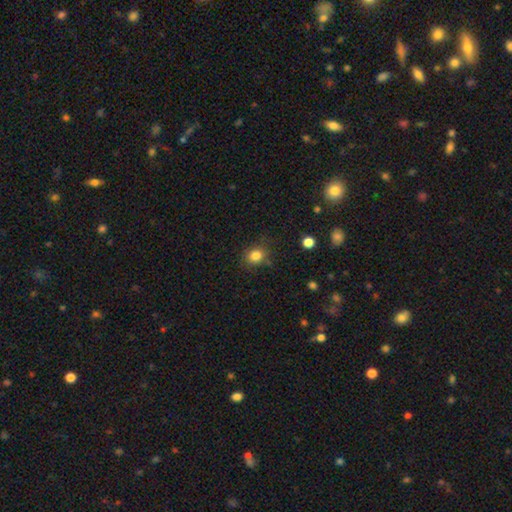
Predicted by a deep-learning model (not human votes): Morphology: type=smooth (83%); roundness=round (70%); merging=none (80%).